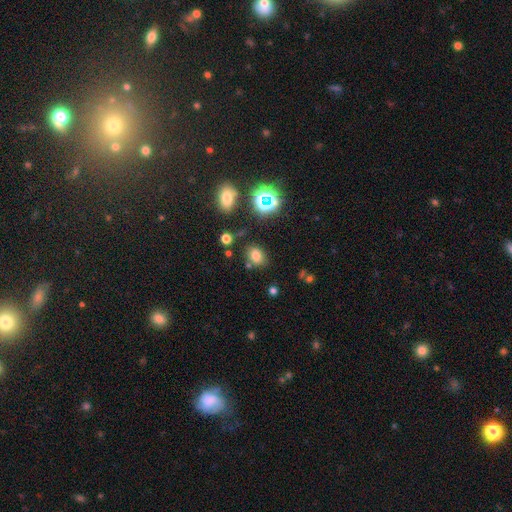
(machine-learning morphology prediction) This appears to be a smooth galaxy with no disk features (72%) that is in between round and cigar-shaped (60%). Merging: none (77%).